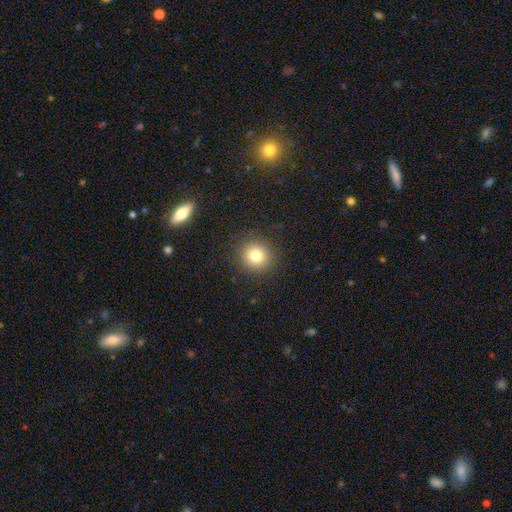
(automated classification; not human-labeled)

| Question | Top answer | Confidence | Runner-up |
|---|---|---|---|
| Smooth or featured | smooth | 78% | star or artifact (13%) |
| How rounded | round | 91% | in between (8%) |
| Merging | none | 90% | minor disturbance (6%) |